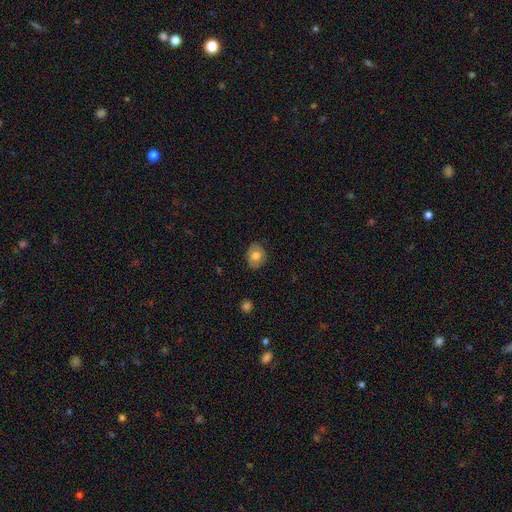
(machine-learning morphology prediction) Smooth or featured? Predicted: smooth (p=0.73). How rounded? Predicted: round (p=0.53). Merging? Predicted: none (p=0.82).